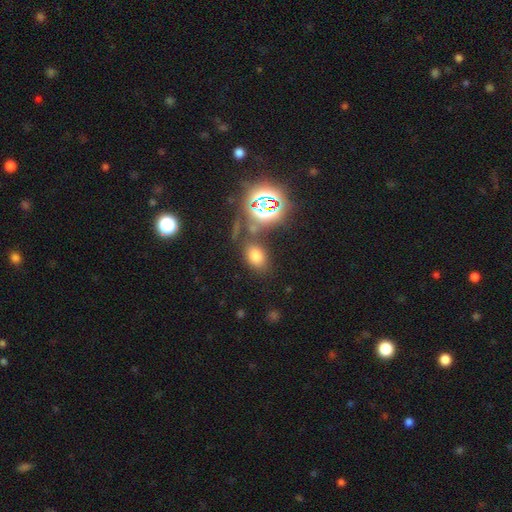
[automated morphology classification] type=smooth (66%); roundness=in between (75%); merging=none (74%).